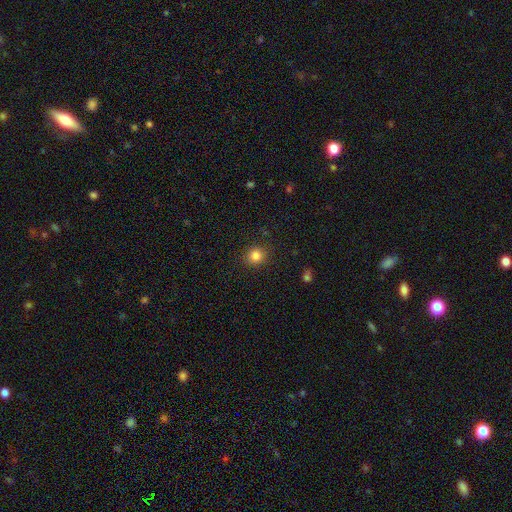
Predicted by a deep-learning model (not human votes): Smooth or featured? smooth (83%)
How rounded? round (85%)
Merging? none (89%)